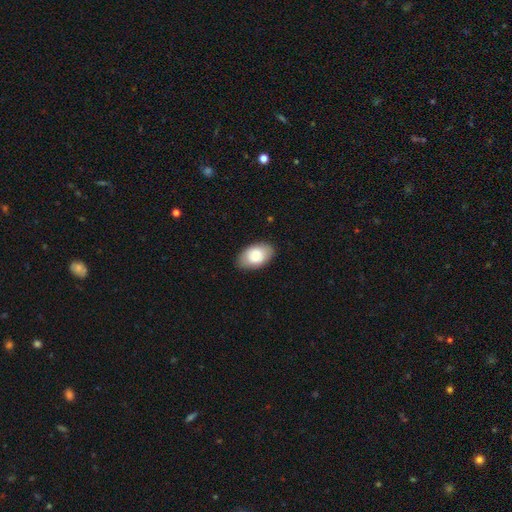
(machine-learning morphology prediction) smooth 82%, featured or disk 11%, star or artifact 6%. Down the decision tree: how rounded — in between (91%); merging — none (84%).